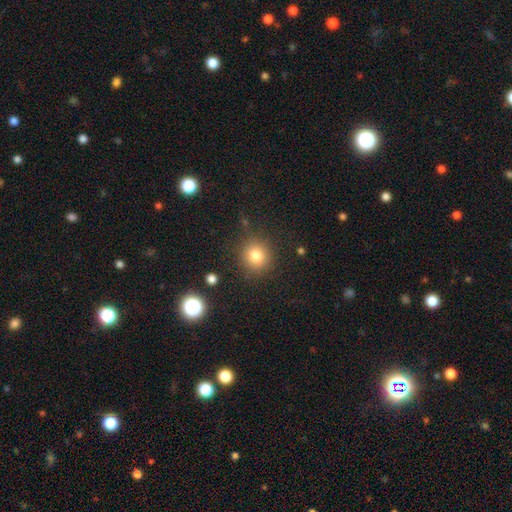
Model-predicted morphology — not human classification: This is clearly a smooth galaxy (81%). How rounded: clearly round (90%). Merging: clearly none (86%).